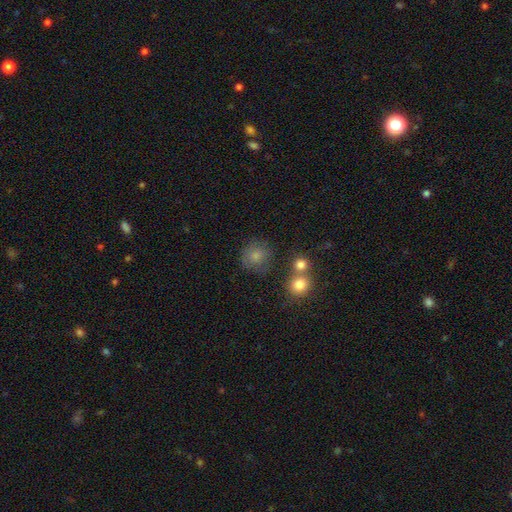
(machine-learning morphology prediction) Q: Smooth or featured?
A: smooth (80%); runner-up: star or artifact (11%)
Q: How rounded?
A: round (88%); runner-up: in between (11%)
Q: Merging?
A: none (68%); runner-up: minor disturbance (15%)